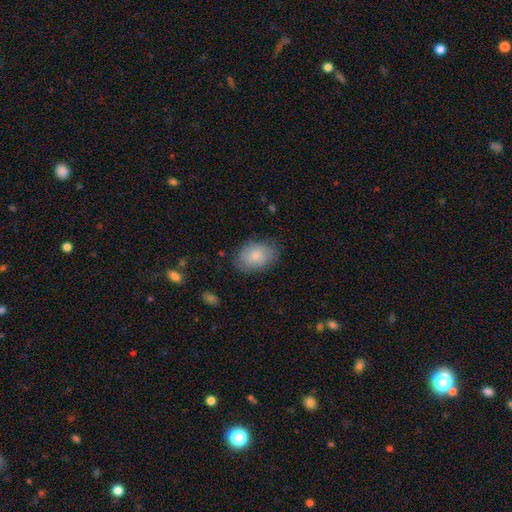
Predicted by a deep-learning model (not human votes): Overall: smooth (81%). How rounded: in between (80%). Merging: none (76%).